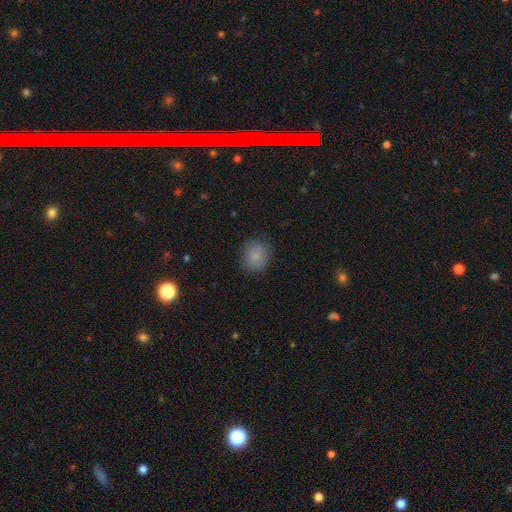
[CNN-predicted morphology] Smooth or featured? smooth (84%)
How rounded? round (82%)
Merging? none (84%)